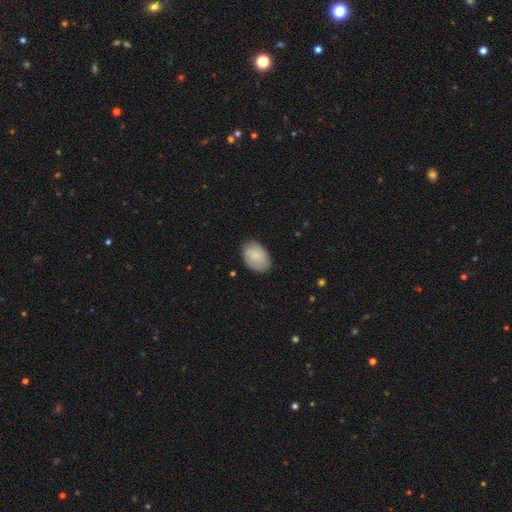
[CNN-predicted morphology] The model was most divided on "smooth or featured": smooth: 77%, featured or disk: 17%, star or artifact: 6%. More confident: how rounded — in between (84%); merging — none (79%).